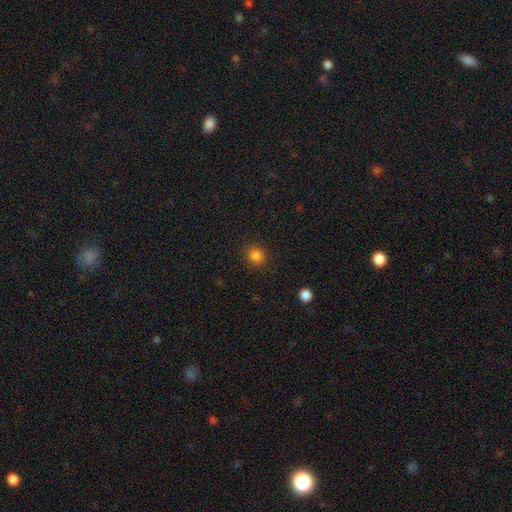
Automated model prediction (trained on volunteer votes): Overall: smooth (84%). How rounded: round (79%). Merging: none (90%).